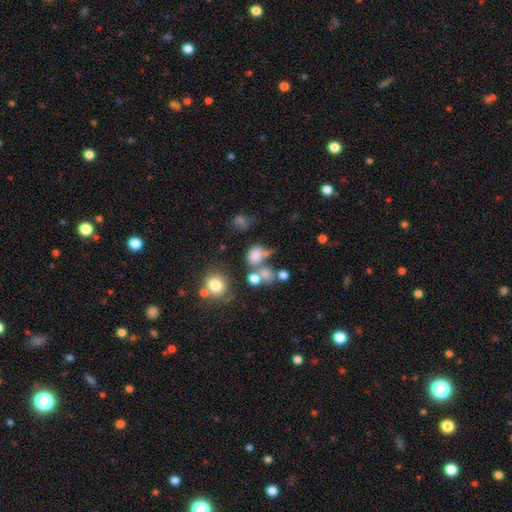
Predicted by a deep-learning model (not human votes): smooth-or-featured: smooth: 71% | star or artifact: 16% | featured or disk: 12%
  how-rounded: round: 58% | in between: 40% | cigar-shaped: 1%
  merging: none: 38% | merger: 36% | minor disturbance: 14% | major disturbance: 12%